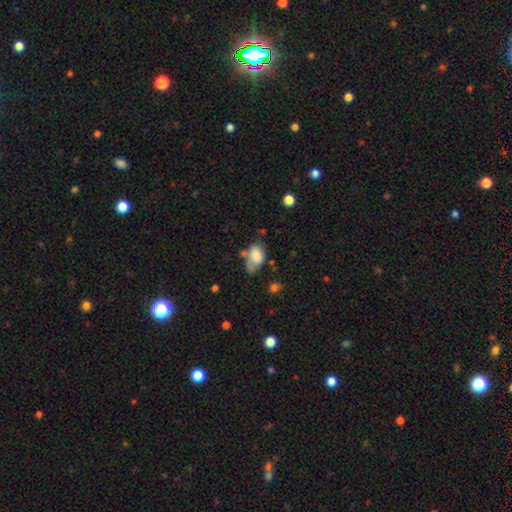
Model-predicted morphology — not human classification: Smooth or featured? Predicted: smooth (p=0.77). How rounded? Predicted: in between (p=0.87). Merging? Predicted: minor disturbance (p=0.34).